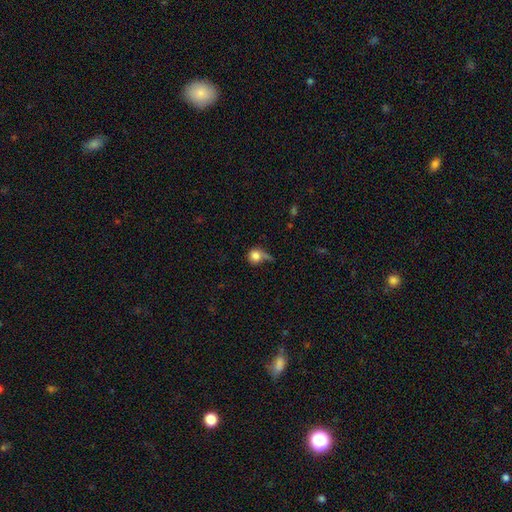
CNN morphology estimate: Smooth or featured: smooth — 79% (featured or disk — 12%)
How rounded: round — 83% (in between — 15%)
Merging: none — 38% (major disturbance — 25%)